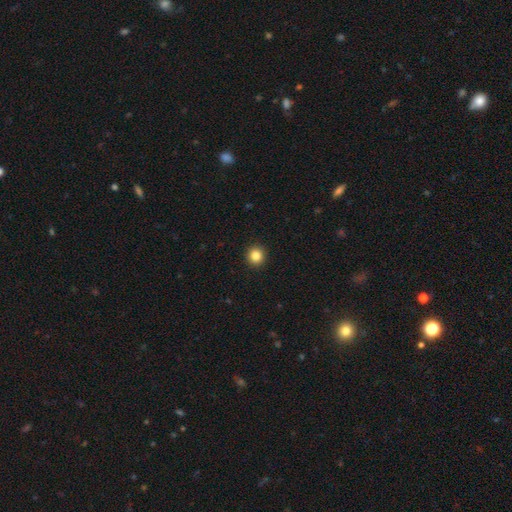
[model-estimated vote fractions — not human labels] smooth-or-featured: smooth: 85% | star or artifact: 11% | featured or disk: 4%
  how-rounded: round: 93% | in between: 6% | cigar-shaped: 1%
  merging: none: 93% | minor disturbance: 4% | major disturbance: 1% | merger: 1%